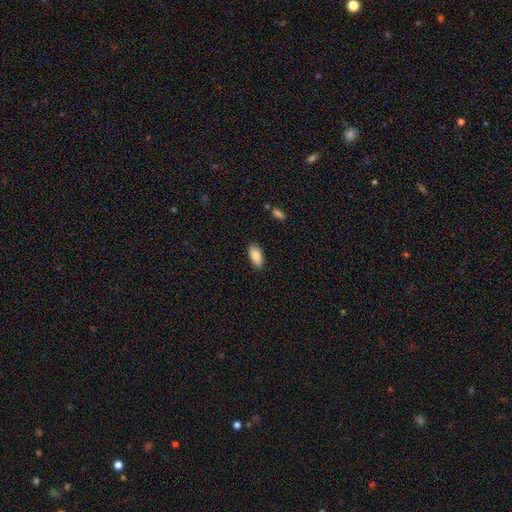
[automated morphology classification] Q: Smooth or featured?
A: smooth (88%); runner-up: star or artifact (7%)
Q: How rounded?
A: in between (91%); runner-up: cigar-shaped (7%)
Q: Merging?
A: none (85%); runner-up: minor disturbance (12%)